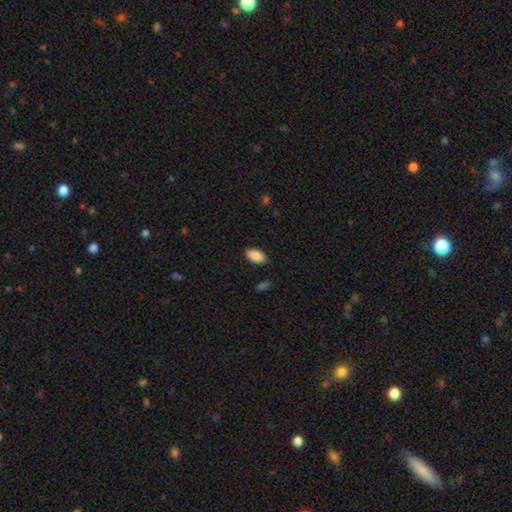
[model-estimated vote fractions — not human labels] Overall: smooth (88%). How rounded: in between (93%). Merging: none (88%).